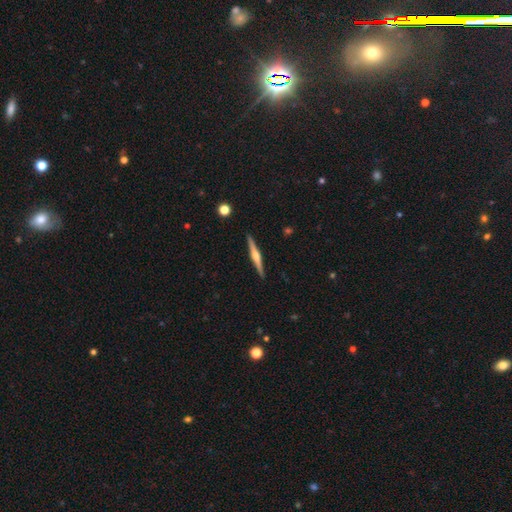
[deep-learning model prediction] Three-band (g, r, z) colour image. It shows a featured or disk galaxy (75%) viewed edge-on (98%) with a rounded central bulge (83%). Merging: none (92%).